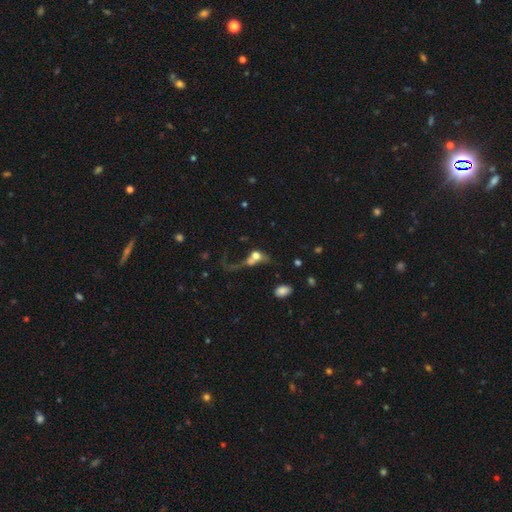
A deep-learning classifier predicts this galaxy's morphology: Smooth or featured? smooth (55%)
How rounded? in between (51%)
Merging? merger (43%)